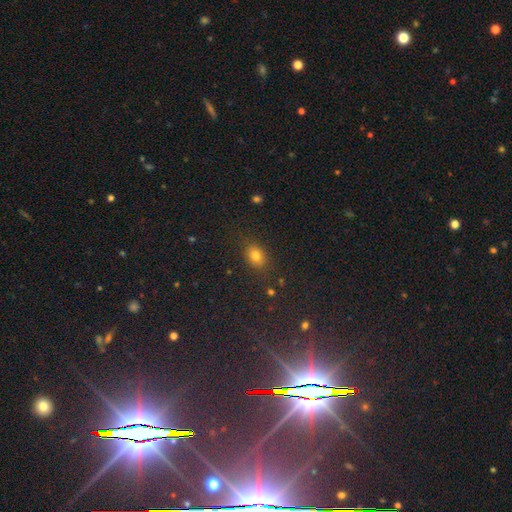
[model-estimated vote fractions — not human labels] Smooth or featured? smooth (75%)
How rounded? in between (67%)
Merging? none (85%)